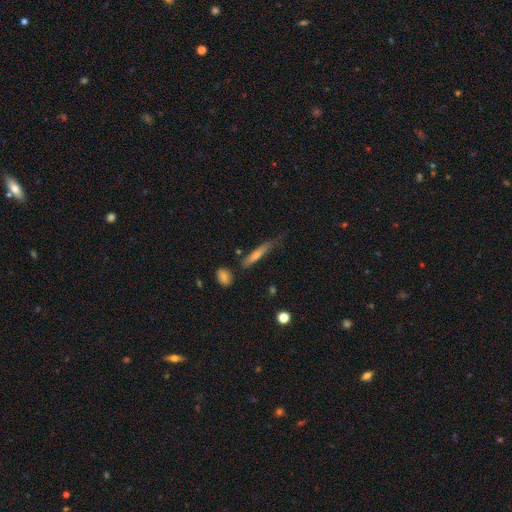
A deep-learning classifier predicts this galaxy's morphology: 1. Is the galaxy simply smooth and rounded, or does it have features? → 49% featured or disk, 38% smooth, 12% star or artifact.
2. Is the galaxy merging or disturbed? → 67% none, 19% minor disturbance, 7% merger, 7% major disturbance.